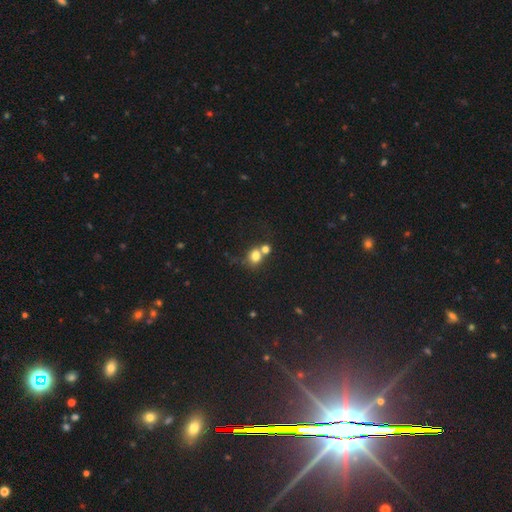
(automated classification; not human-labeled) Smooth or featured?
  - smooth: 76% *
  - star or artifact: 13%
  - featured or disk: 11%
How rounded?
  - round: 70% *
  - in between: 29%
  - cigar-shaped: 1%
Merging?
  - merger: 48% *
  - none: 39%
  - minor disturbance: 9%
  - major disturbance: 5%